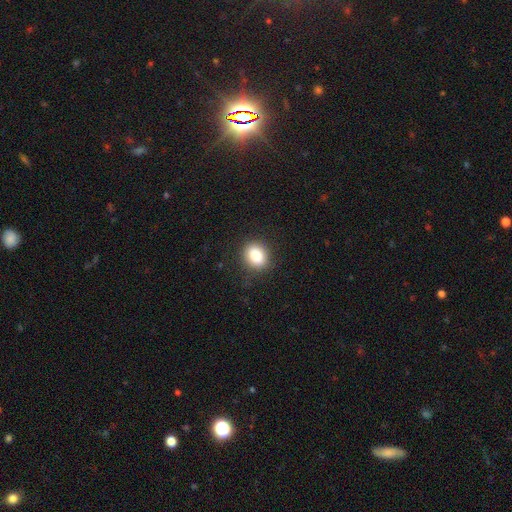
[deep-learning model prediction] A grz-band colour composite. It shows a smooth galaxy with no disk features (86%) that is in between round and cigar-shaped (50%). Merging: none (86%).